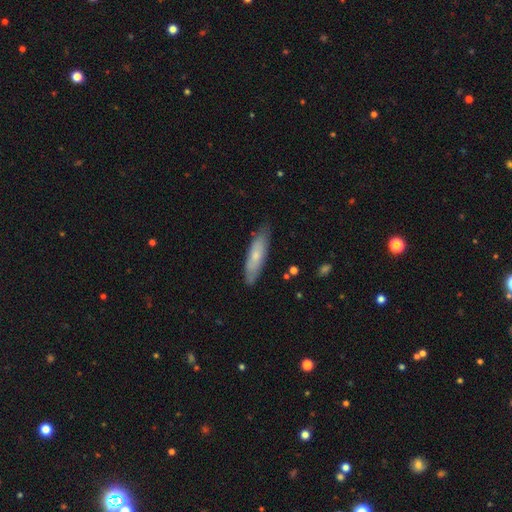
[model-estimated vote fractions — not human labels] smooth 60%, featured or disk 34%, star or artifact 6%. Down the decision tree: how rounded — cigar-shaped (67%); merging — none (80%).